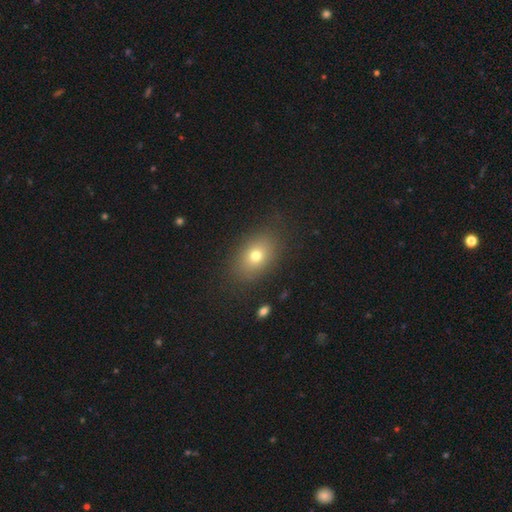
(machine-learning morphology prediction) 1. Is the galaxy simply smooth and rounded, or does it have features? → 72% smooth, 15% featured or disk, 13% star or artifact.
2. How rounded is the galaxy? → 73% in between, 25% round, 1% cigar-shaped.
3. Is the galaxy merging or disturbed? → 83% none, 10% minor disturbance, 5% major disturbance, 1% merger.